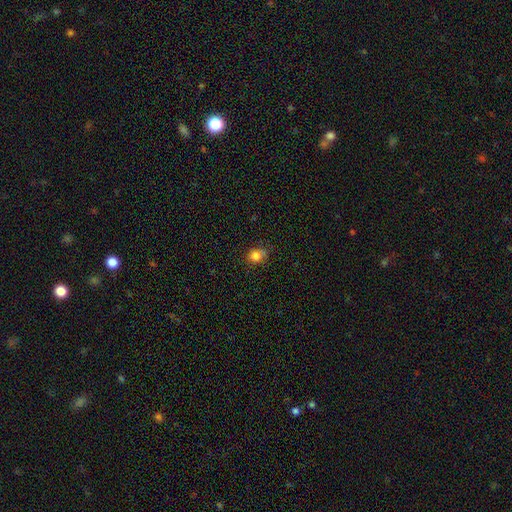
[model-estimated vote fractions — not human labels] Smooth or featured? smooth (82%)
How rounded? round (69%)
Merging? none (69%)